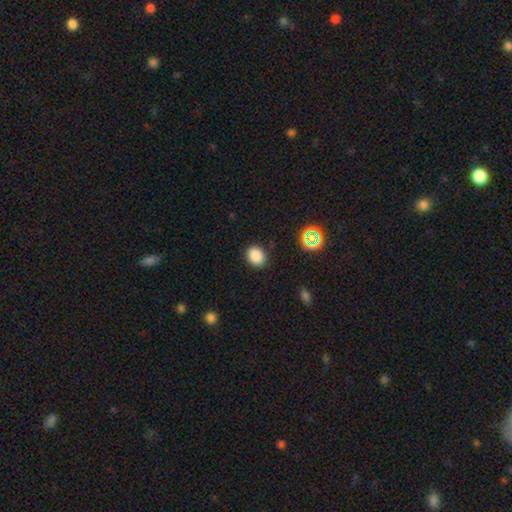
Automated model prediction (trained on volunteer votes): Smooth or featured: smooth — 83% (star or artifact — 12%)
How rounded: round — 56% (in between — 44%)
Merging: none — 88% (minor disturbance — 9%)